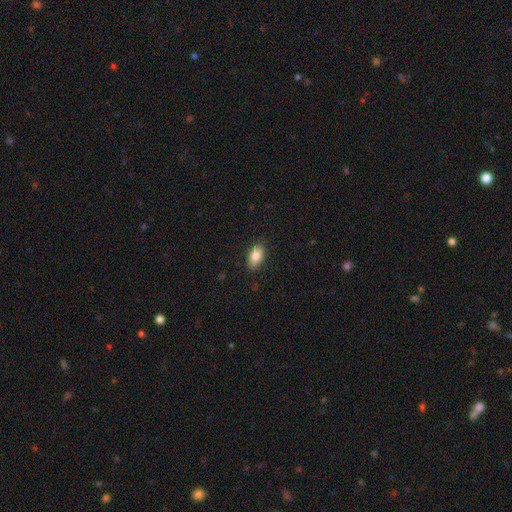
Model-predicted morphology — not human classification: smooth_or_featured: smooth (p=0.84) [alt: featured or disk p=0.09]
how_rounded: in between (p=0.91) [alt: round p=0.05]
merging: none (p=0.88) [alt: minor disturbance p=0.09]